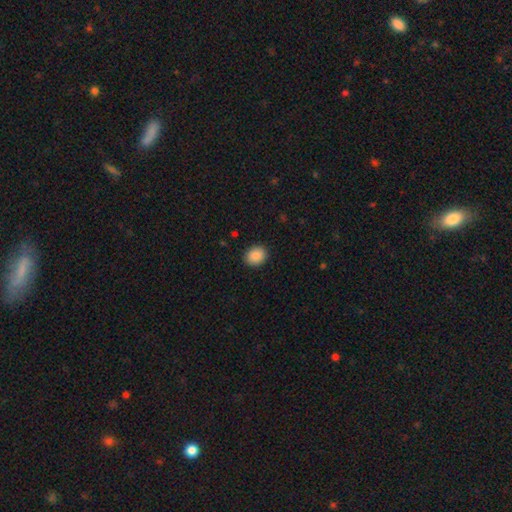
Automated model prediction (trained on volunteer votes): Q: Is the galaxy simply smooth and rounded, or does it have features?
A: smooth — 89%.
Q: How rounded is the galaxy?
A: round — 59%.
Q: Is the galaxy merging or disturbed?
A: none — 91%.